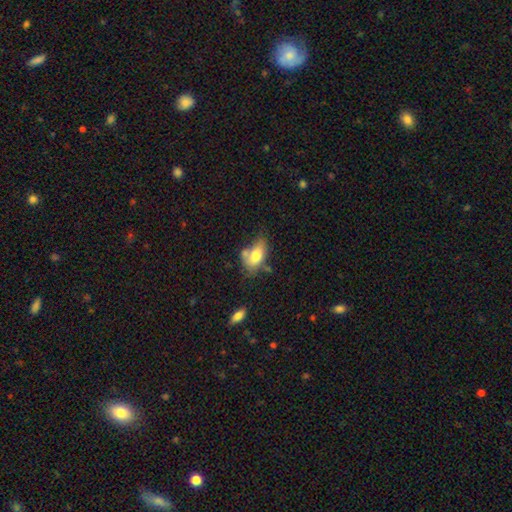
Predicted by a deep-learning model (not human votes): smooth_or_featured: smooth (p=0.72) [alt: featured or disk p=0.20]
how_rounded: in between (p=0.88) [alt: round p=0.09]
merging: none (p=0.41) [alt: minor disturbance p=0.26]